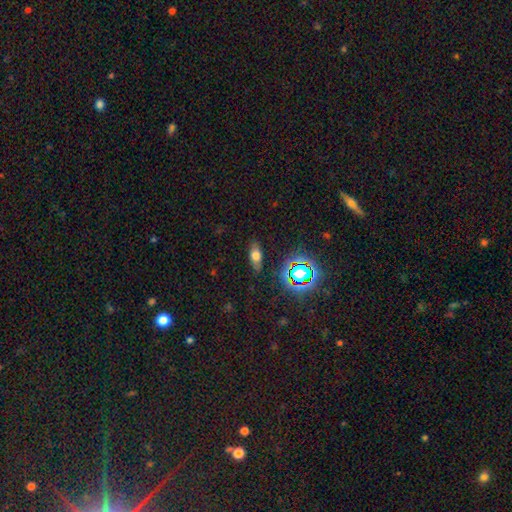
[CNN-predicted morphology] Q: Smooth or featured?
A: smooth (60%); runner-up: featured or disk (22%)
Q: How rounded?
A: in between (73%); runner-up: cigar-shaped (20%)
Q: Merging?
A: none (83%); runner-up: minor disturbance (12%)